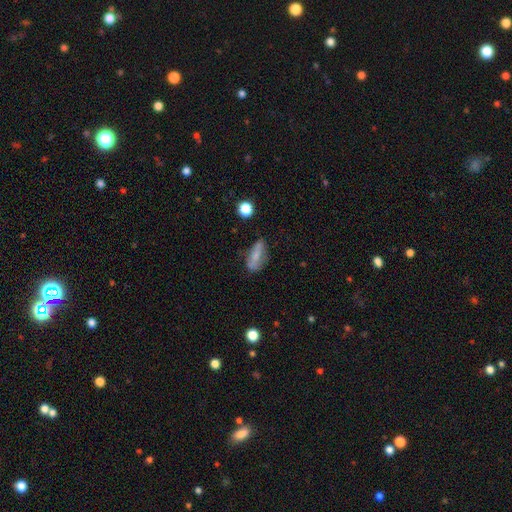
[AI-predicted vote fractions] smooth-or-featured: smooth: 65% | featured or disk: 26% | star or artifact: 9%
  how-rounded: in between: 70% | cigar-shaped: 25% | round: 4%
  merging: none: 62% | minor disturbance: 26% | major disturbance: 9% | merger: 3%